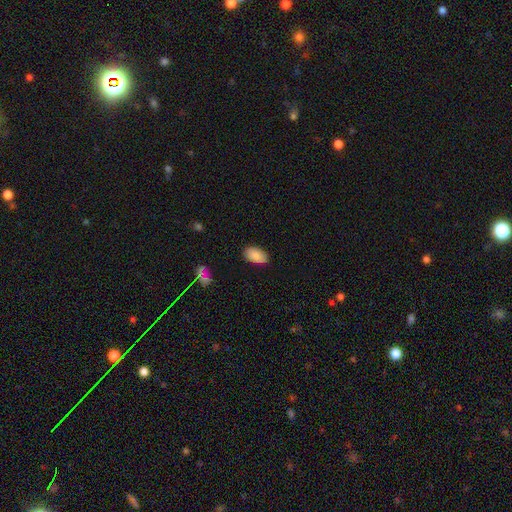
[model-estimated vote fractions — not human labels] A smooth galaxy with no disk features (88%) that is in between round and cigar-shaped (94%). Merging: none (84%).